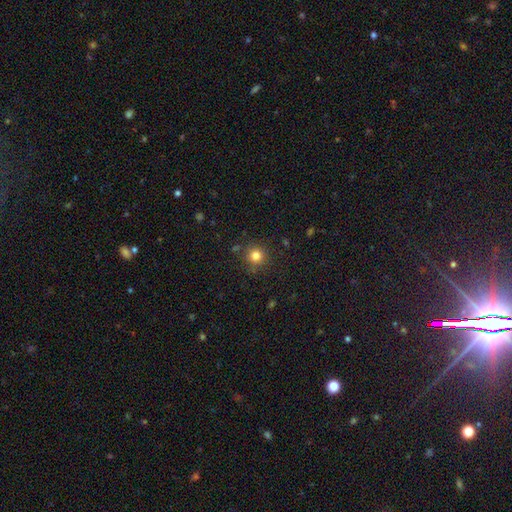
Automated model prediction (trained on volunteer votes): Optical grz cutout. It shows a smooth galaxy with no disk features (80%) that is round (94%). Merging: none (87%).